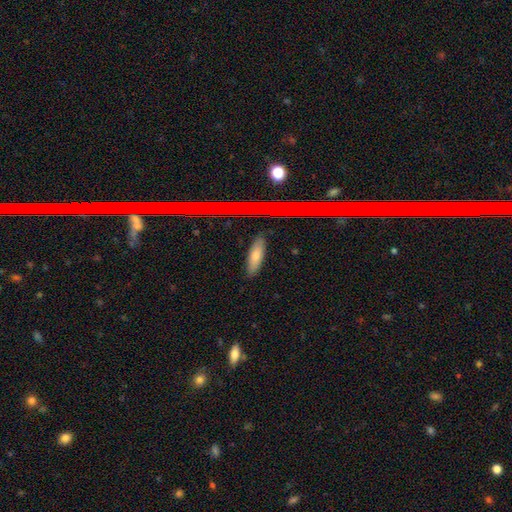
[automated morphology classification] This appears to be a smooth galaxy with no disk features (72%) that is cigar-shaped (52%). Merging: none (85%).